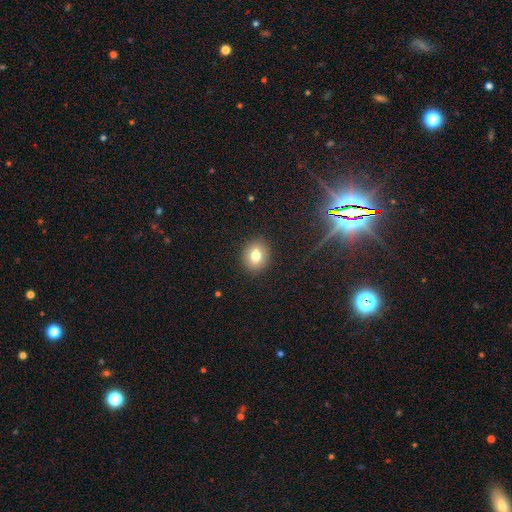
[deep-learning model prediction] A smooth galaxy with no disk features (77%) that is round (65%). Merging: none (89%).